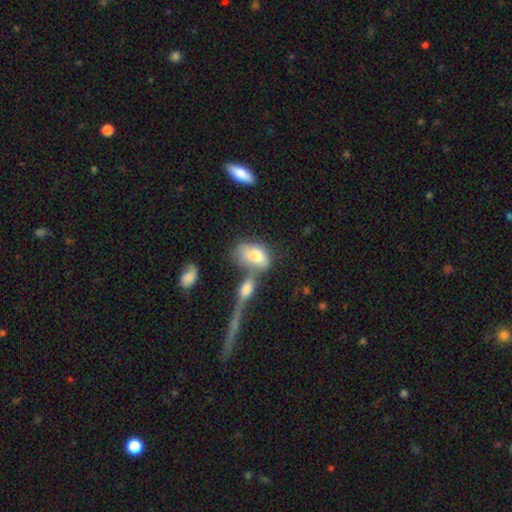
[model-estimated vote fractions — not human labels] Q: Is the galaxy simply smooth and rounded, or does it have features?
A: smooth — 73%.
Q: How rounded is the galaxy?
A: in between — 89%.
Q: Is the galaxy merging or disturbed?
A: merger — 49%.